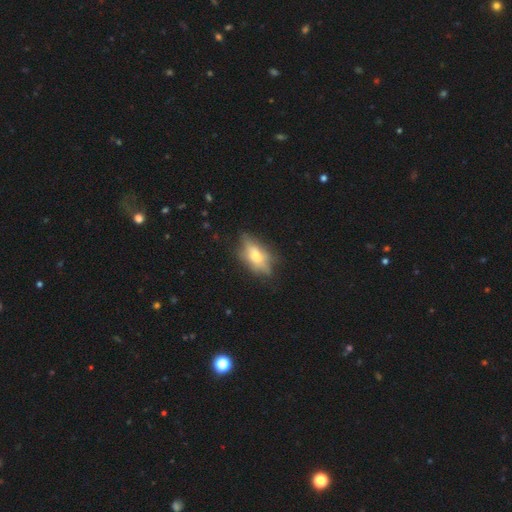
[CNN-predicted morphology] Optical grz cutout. It shows a featured or disk galaxy (46%). Merging: none (66%).